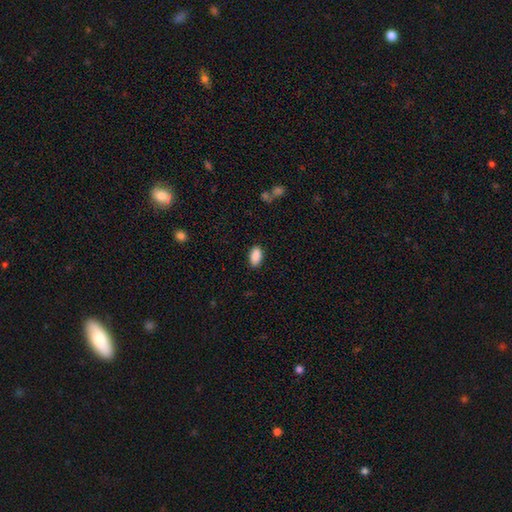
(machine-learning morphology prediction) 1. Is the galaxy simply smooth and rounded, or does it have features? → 90% smooth, 7% star or artifact, 3% featured or disk.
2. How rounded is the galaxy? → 93% in between, 4% round, 3% cigar-shaped.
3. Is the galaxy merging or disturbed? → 86% none, 11% minor disturbance, 2% major disturbance, 1% merger.